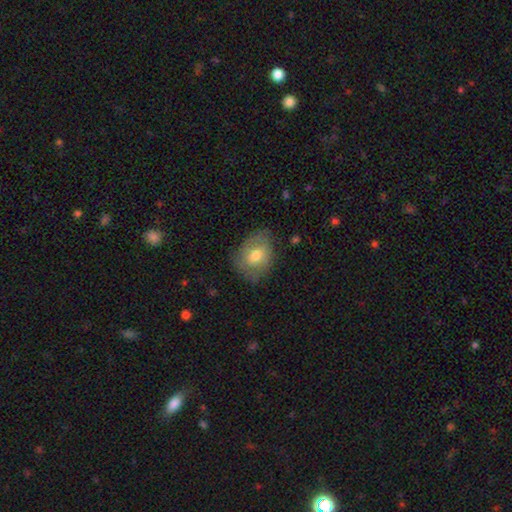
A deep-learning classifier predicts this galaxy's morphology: smooth_or_featured: smooth (p=0.62) [alt: featured or disk p=0.31]
how_rounded: in between (p=0.63) [alt: round p=0.36]
merging: none (p=0.68) [alt: minor disturbance p=0.23]